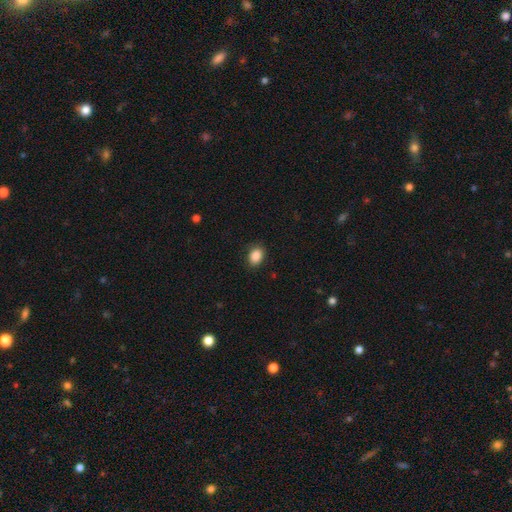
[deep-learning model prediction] This is clearly a smooth galaxy (89%). How rounded: likely in between (74%). Merging: clearly none (86%).